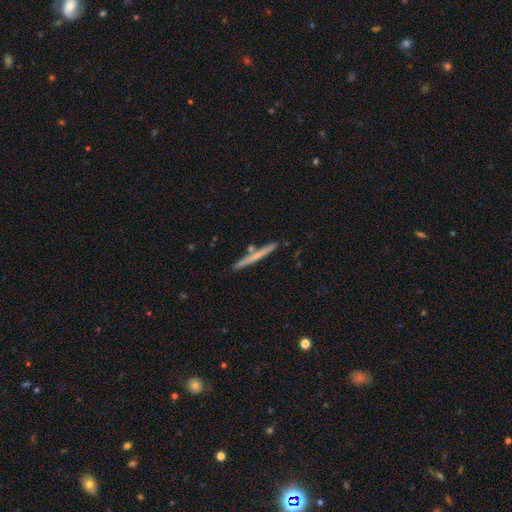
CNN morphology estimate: The model was most divided on "smooth or featured": smooth: 51%, featured or disk: 44%, star or artifact: 6%. More confident: how rounded — cigar-shaped (96%); merging — none (85%).